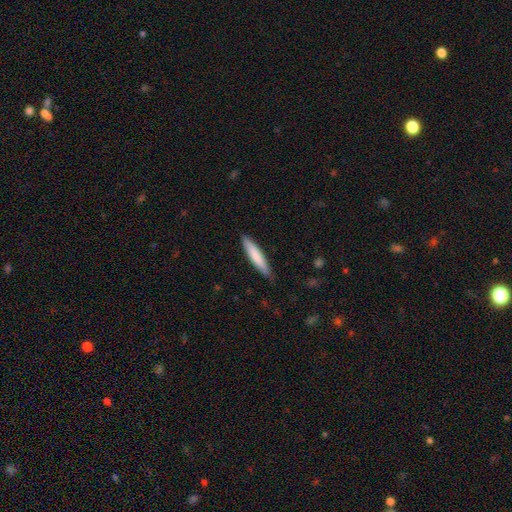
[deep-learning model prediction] This appears to be a smooth galaxy with no disk features (79%) that is cigar-shaped (88%). Merging: none (85%).